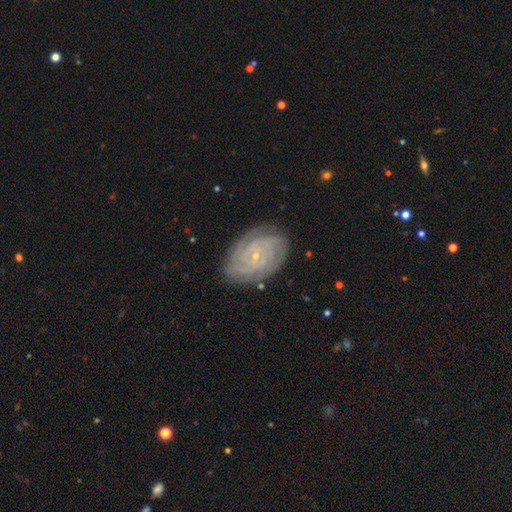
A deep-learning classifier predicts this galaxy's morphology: The model was most divided on "spiral arm count": can't tell: 29%, 2: 19%, 4: 18%, 3: 17%, more than 4: 9%, 1: 7%. More confident: edge-on disk — no (97%); spiral arms — yes (97%); bulge size — small (87%); smooth or featured — featured or disk (83%); merging — none (81%); spiral winding — tight (76%); bar — no (68%).